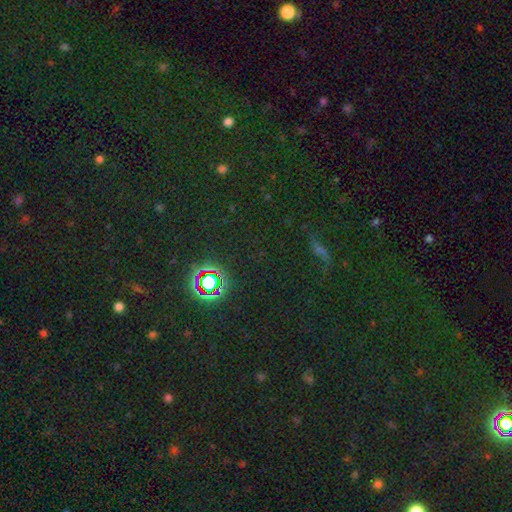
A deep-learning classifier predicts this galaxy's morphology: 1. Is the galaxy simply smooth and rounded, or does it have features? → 74% star or artifact, 16% smooth, 9% featured or disk.